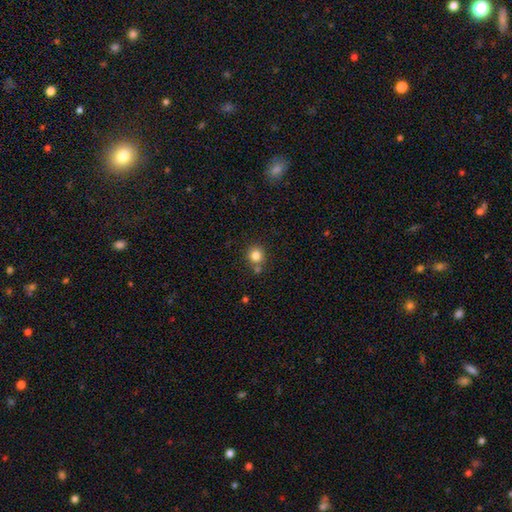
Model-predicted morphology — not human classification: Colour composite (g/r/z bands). It shows a smooth galaxy with no disk features (82%) that is round (91%). Merging: none (73%).